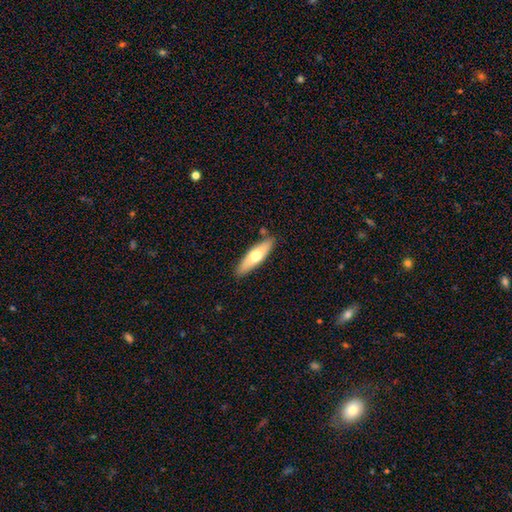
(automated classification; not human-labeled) smooth 58%, featured or disk 36%, star or artifact 5%. Down the decision tree: how rounded — cigar-shaped (59%); merging — none (85%).